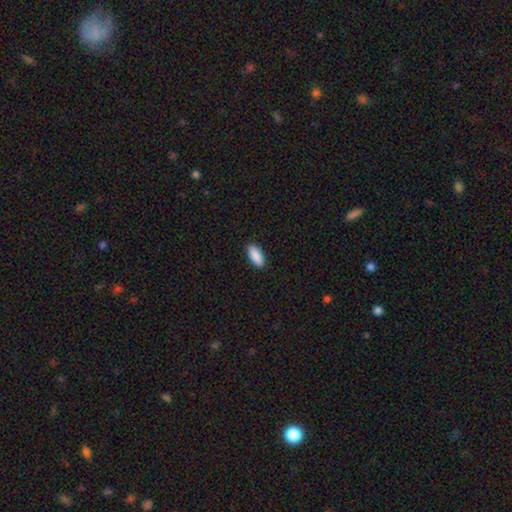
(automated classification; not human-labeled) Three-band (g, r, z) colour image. It shows a smooth galaxy with no disk features (91%) that is in between round and cigar-shaped (84%). Merging: none (90%).